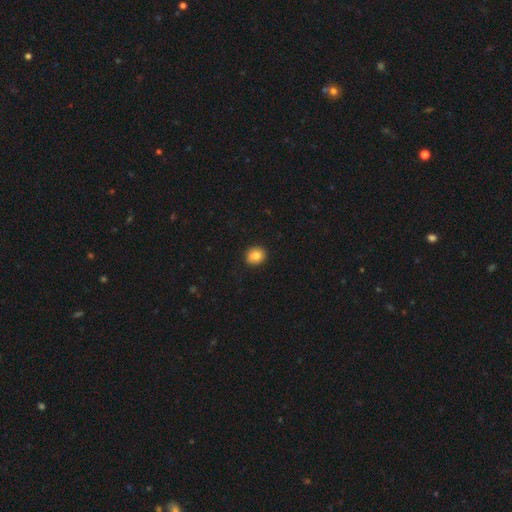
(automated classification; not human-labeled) The model was most divided on "how rounded": round: 73%, in between: 26%, cigar-shaped: 1%. More confident: merging — none (84%); smooth or featured — smooth (83%).